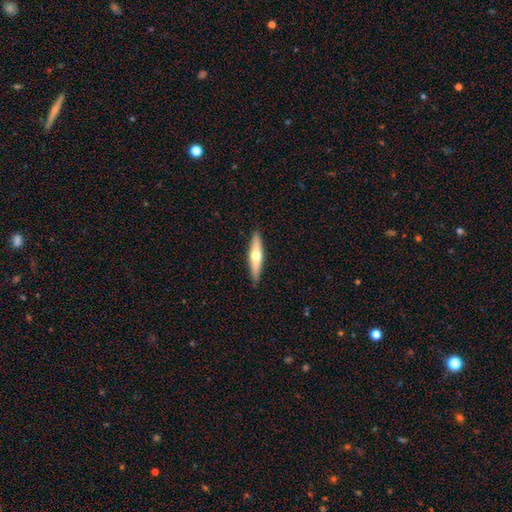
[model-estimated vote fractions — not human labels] This is possibly a featured or disk galaxy (50%). Merging: clearly none (89%).